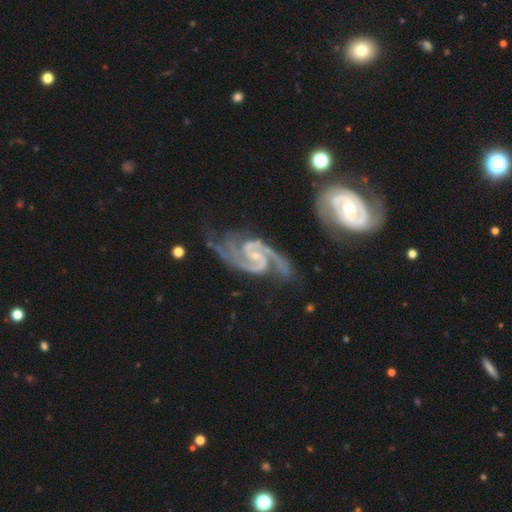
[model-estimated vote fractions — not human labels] Smooth or featured? featured or disk (94%)
Edge-on disk? no (98%)
Bar? weak (43%)
Spiral arms? yes (99%)
Spiral winding? medium (60%)
Spiral arm count? 2 (88%)
Bulge size? small (75%)
Merging? none (52%)